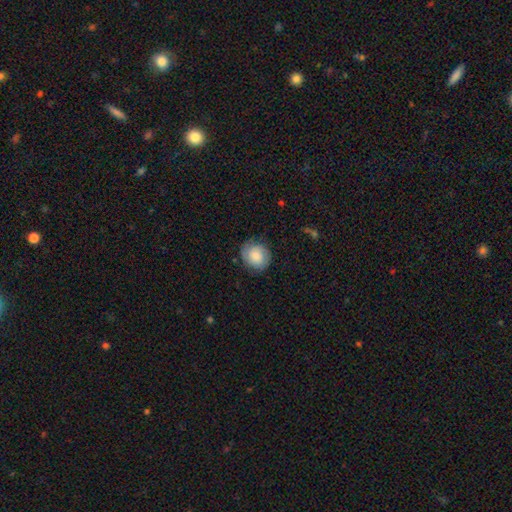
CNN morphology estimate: Overall: smooth (62%; featured or disk 30%). How rounded: round (75%). Merging: none (76%).